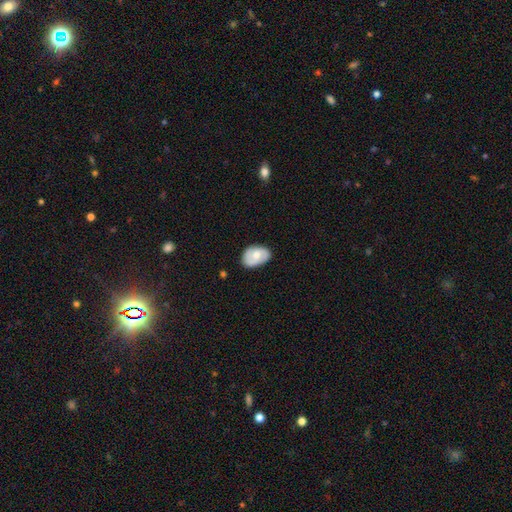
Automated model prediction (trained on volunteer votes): This is possibly a smooth galaxy (57%). How rounded: clearly in between (84%). Merging: likely none (73%).